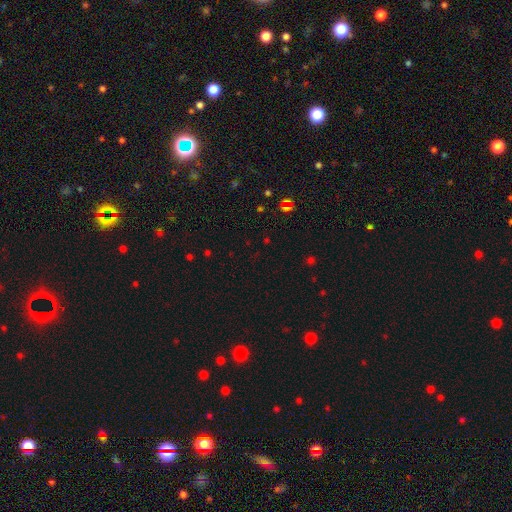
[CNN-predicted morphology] Q: Smooth or featured?
A: star or artifact (67%); runner-up: smooth (25%)